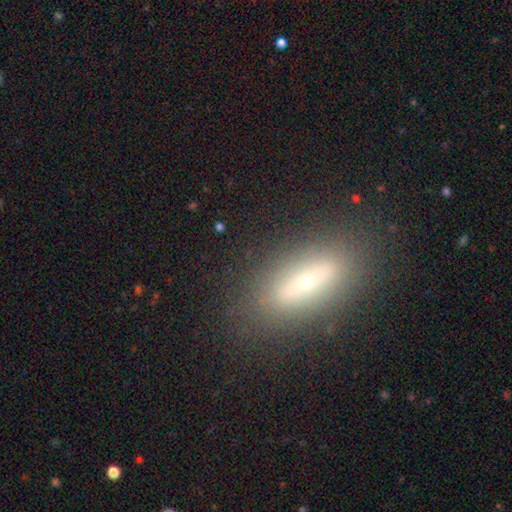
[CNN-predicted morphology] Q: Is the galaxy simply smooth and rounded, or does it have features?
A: smooth — 54%.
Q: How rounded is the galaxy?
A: in between — 49%.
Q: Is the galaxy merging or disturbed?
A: none — 85%.